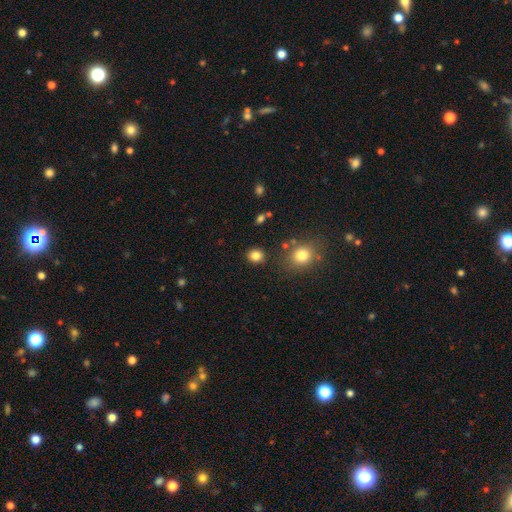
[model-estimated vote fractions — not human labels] A smooth galaxy with no disk features (83%) that is round (78%).

Vote fractions:
- Smooth or featured? smooth: 83% / star or artifact: 12% / featured or disk: 5%
- How rounded? round: 78% / in between: 21% / cigar-shaped: 1%
- Merging? none: 86% / minor disturbance: 8% / merger: 3% / major disturbance: 3%